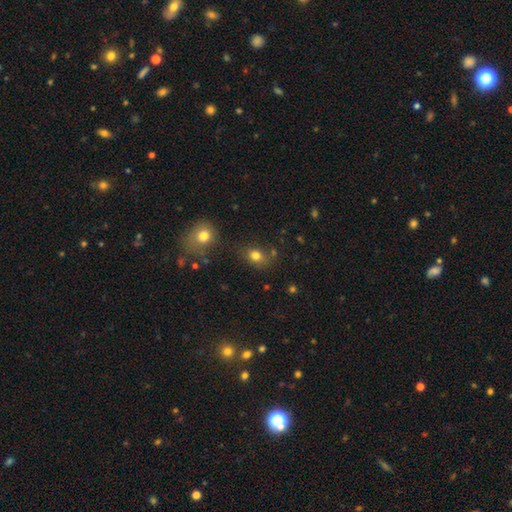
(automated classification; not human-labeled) Q: Smooth or featured?
A: smooth (78%); runner-up: star or artifact (14%)
Q: How rounded?
A: in between (52%); runner-up: round (47%)
Q: Merging?
A: none (68%); runner-up: minor disturbance (16%)